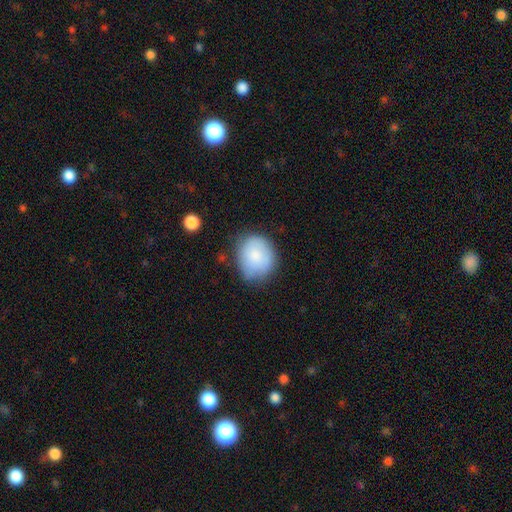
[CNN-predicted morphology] The model was most divided on "merging": none: 65%, minor disturbance: 26%, major disturbance: 6%, merger: 3%. More confident: smooth or featured — smooth (80%); how rounded — round (72%).